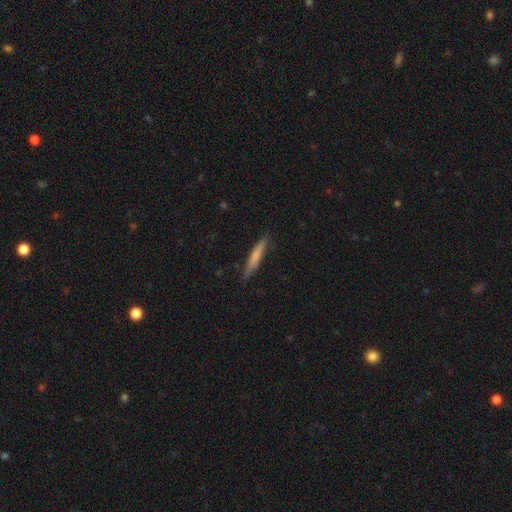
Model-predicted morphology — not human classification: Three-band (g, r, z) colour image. It shows a smooth galaxy with no disk features (69%) that is cigar-shaped (93%). Merging: none (84%).